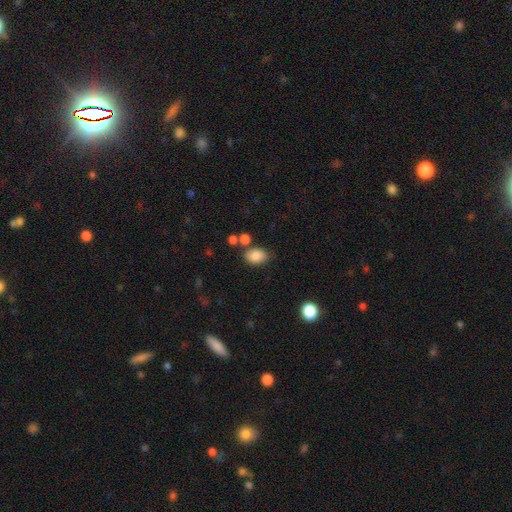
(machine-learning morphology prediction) A smooth galaxy with no disk features (86%) that is in between round and cigar-shaped (81%). Merging: none (68%).